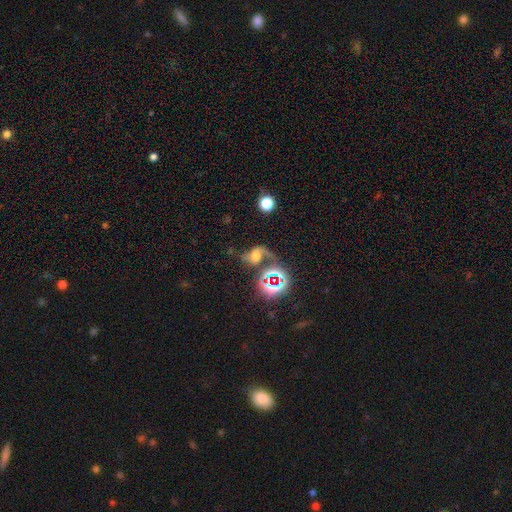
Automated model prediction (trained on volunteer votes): Smooth or featured? Predicted: featured or disk (p=0.55). Edge-on disk? Predicted: no (p=0.96). Bar? Predicted: no (p=0.57). Spiral arms? Predicted: yes (p=0.85). Bulge size? Predicted: moderate (p=0.40). Merging? Predicted: none (p=0.35).